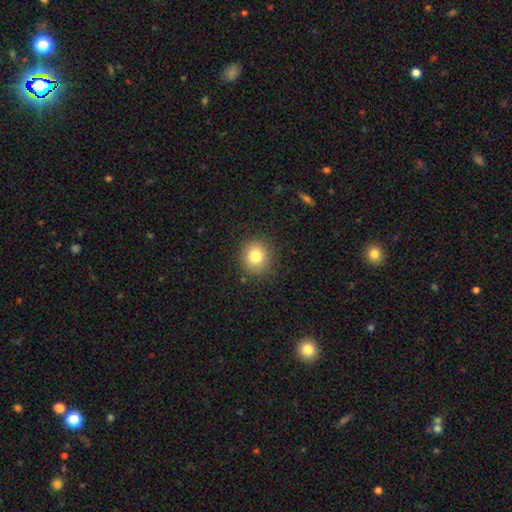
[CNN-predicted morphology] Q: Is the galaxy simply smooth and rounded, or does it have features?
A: smooth — 81%.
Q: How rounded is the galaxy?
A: round — 88%.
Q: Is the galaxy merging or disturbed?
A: none — 88%.